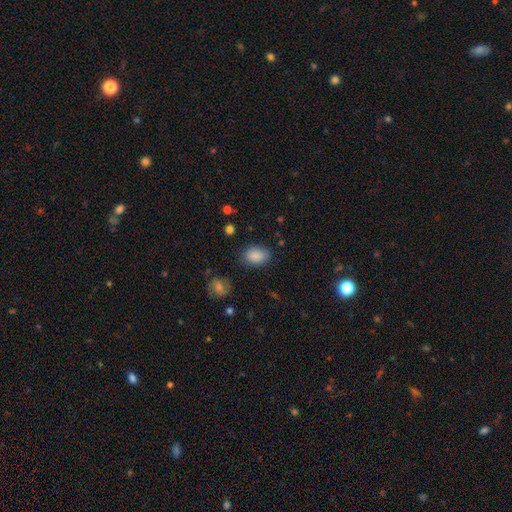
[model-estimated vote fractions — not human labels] Smooth or featured? smooth (87%)
How rounded? in between (85%)
Merging? none (80%)